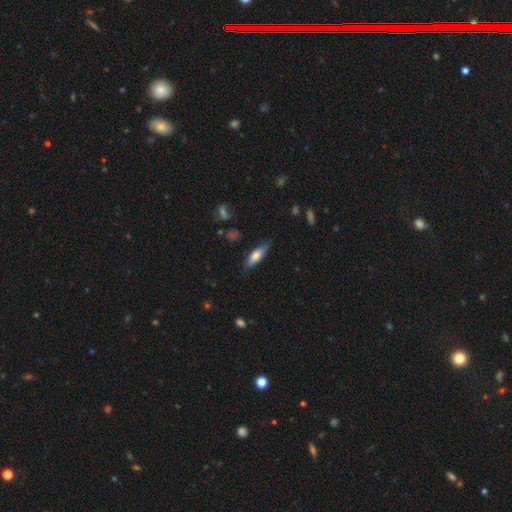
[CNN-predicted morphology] The model was most divided on "how rounded": cigar-shaped: 50%, in between: 48%, round: 2%. More confident: merging — none (82%); smooth or featured — smooth (71%).